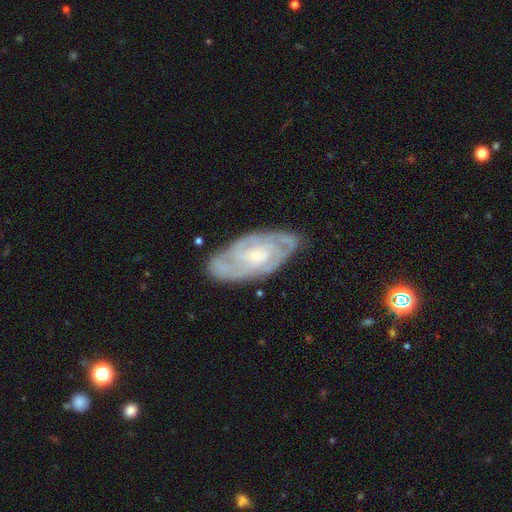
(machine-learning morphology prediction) smooth_or_featured: featured or disk (p=0.83) [alt: smooth p=0.11]
disk_edge_on: no (p=0.94) [alt: yes p=0.06]
bar: no (p=0.65) [alt: weak p=0.28]
has_spiral_arms: yes (p=0.95) [alt: no p=0.05]
spiral_winding: tight (p=0.68) [alt: medium p=0.27]
spiral_arm_count: can't tell (p=0.30) [alt: 3 p=0.23]
bulge_size: small (p=0.74) [alt: moderate p=0.20]
merging: none (p=0.76) [alt: minor disturbance p=0.18]